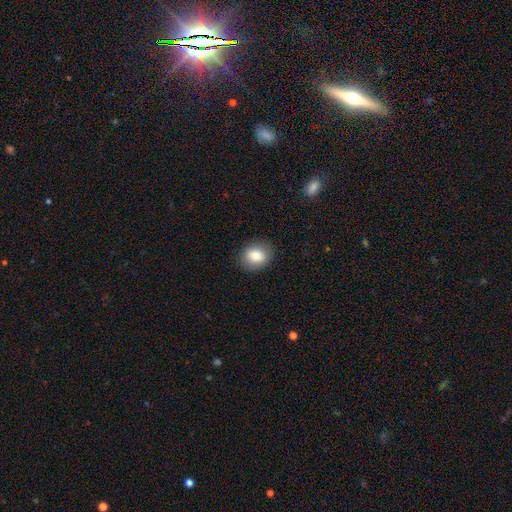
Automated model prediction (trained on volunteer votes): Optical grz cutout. It shows a smooth galaxy with no disk features (82%) that is round (53%). Merging: none (87%).